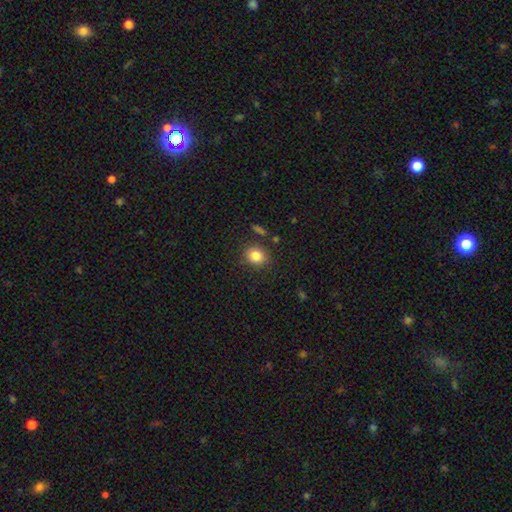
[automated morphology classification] A smooth galaxy with no disk features (84%) that is round (67%). Merging: none (81%).